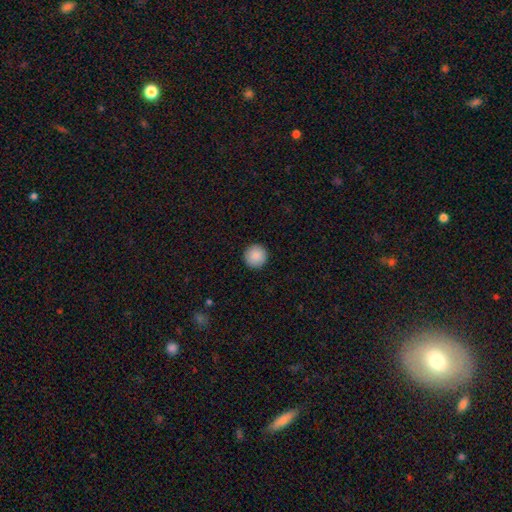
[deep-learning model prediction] smooth 89%, star or artifact 8%, featured or disk 3%. Down the decision tree: how rounded — round (96%); merging — none (93%).